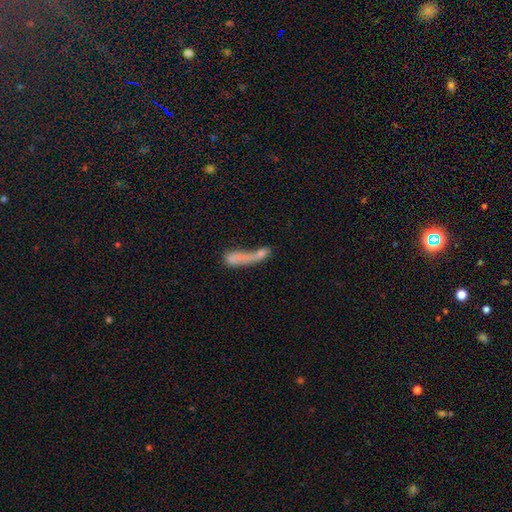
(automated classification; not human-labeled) smooth-or-featured: smooth: 60% | featured or disk: 29% | star or artifact: 12%
  how-rounded: cigar-shaped: 61% | in between: 31% | round: 7%
  merging: merger: 50% | major disturbance: 22% | none: 17% | minor disturbance: 10%